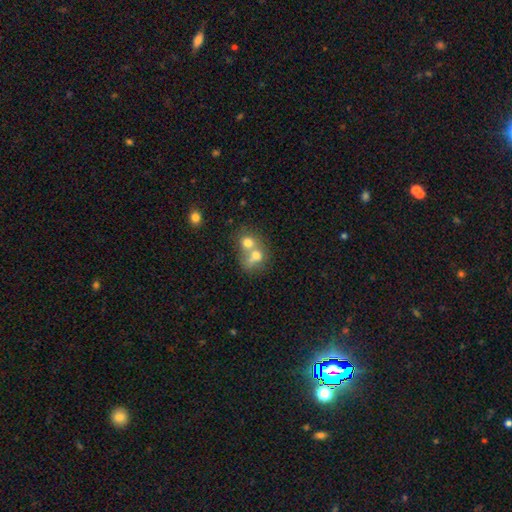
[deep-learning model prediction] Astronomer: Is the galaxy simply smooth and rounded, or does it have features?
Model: smooth — 67%.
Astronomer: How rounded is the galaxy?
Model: round — 63%.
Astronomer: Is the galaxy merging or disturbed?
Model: merger — 69%.